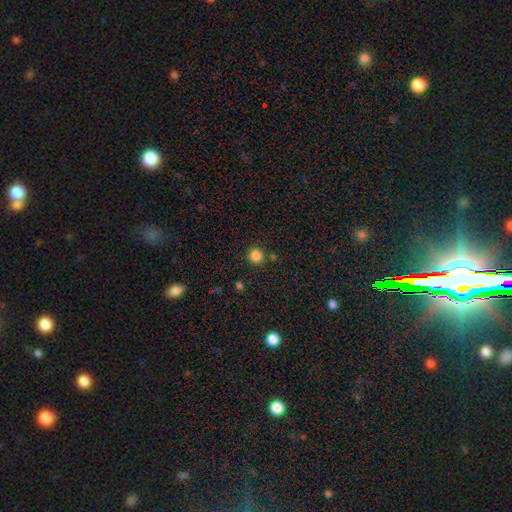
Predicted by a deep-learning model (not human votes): Smooth or featured? smooth (84%)
How rounded? round (95%)
Merging? none (86%)